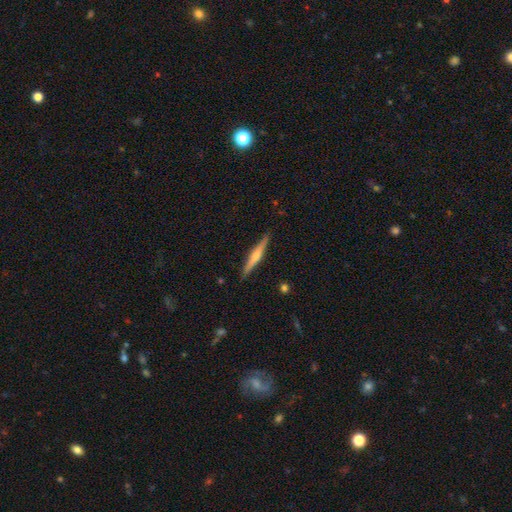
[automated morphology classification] A featured or disk galaxy (65%) viewed edge-on (98%) with a rounded central bulge (83%). Merging: none (90%).